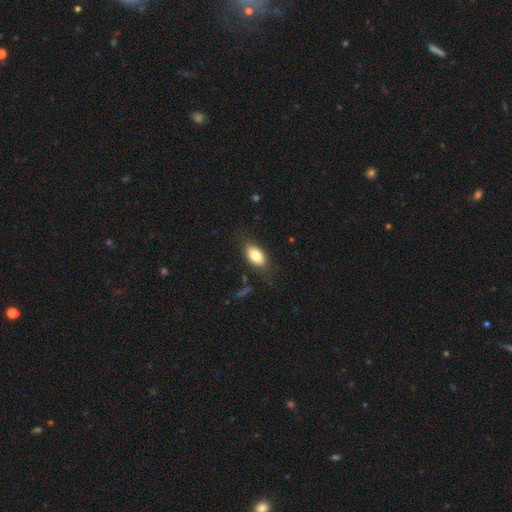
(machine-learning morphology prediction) Smooth or featured? Predicted: smooth (p=0.79). How rounded? Predicted: in between (p=0.91). Merging? Predicted: none (p=0.79).